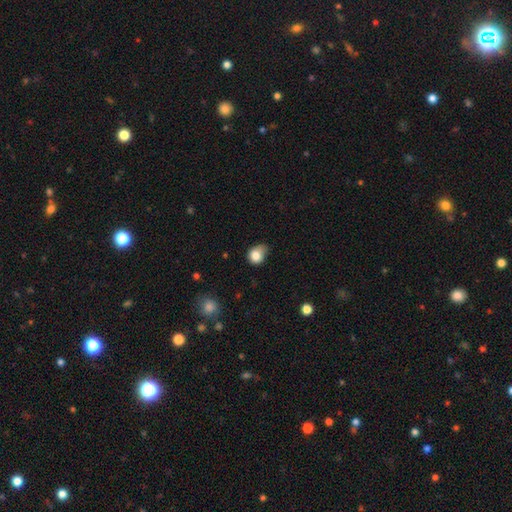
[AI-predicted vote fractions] This is clearly a smooth galaxy (82%). How rounded: possibly round (57%). Merging: possibly minor disturbance (46%).